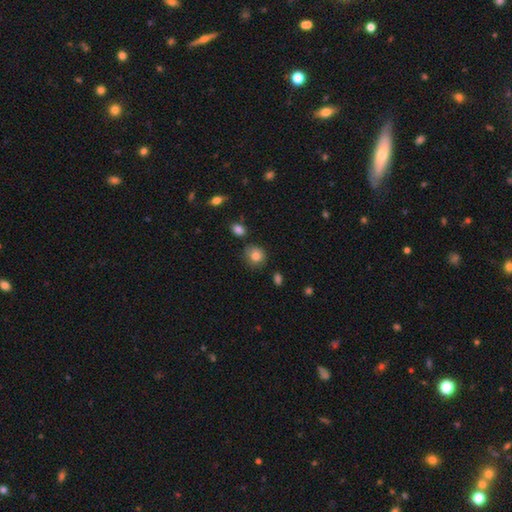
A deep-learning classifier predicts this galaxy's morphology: A smooth galaxy with no disk features (81%) that is round (75%). Merging: none (73%).